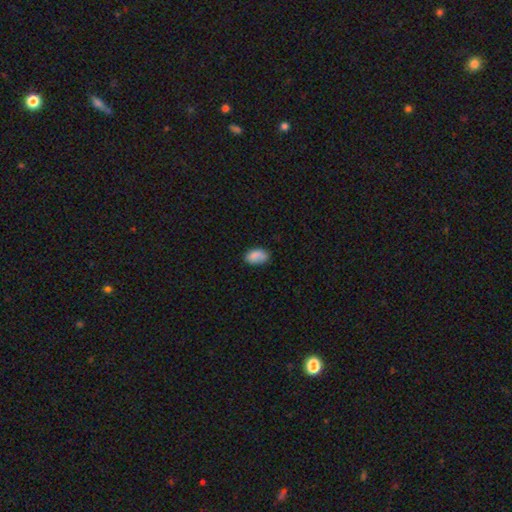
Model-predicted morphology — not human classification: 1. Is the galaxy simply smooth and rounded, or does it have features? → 85% smooth, 8% star or artifact, 7% featured or disk.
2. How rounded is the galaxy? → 91% in between, 7% round, 2% cigar-shaped.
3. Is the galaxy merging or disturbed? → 72% none, 22% minor disturbance, 5% major disturbance, 2% merger.